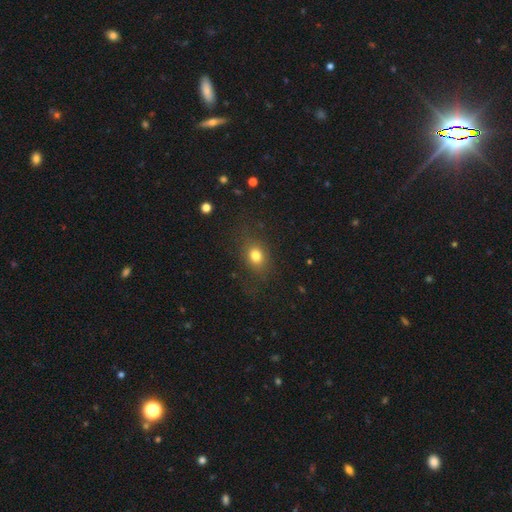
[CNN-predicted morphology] smooth-or-featured: smooth: 77% | star or artifact: 13% | featured or disk: 10%
  how-rounded: round: 49% (tied) | in between: 49% (tied) | cigar-shaped: 2%
  merging: none: 77% | minor disturbance: 14% | major disturbance: 8% | merger: 1%